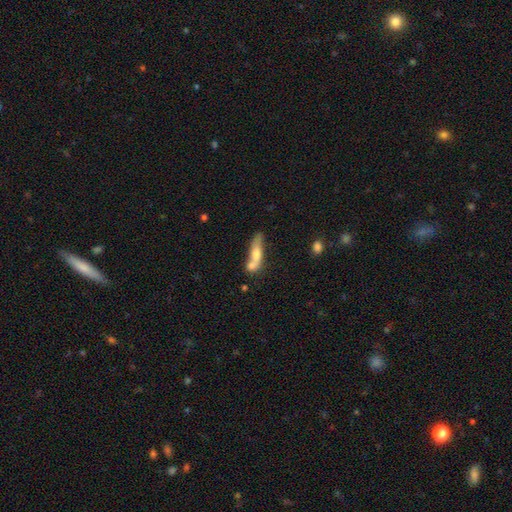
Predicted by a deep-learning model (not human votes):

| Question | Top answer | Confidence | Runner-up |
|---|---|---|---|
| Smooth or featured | smooth | 59% | featured or disk (34%) |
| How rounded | cigar-shaped | 62% | in between (34%) |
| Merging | merger | 43% | none (34%) |